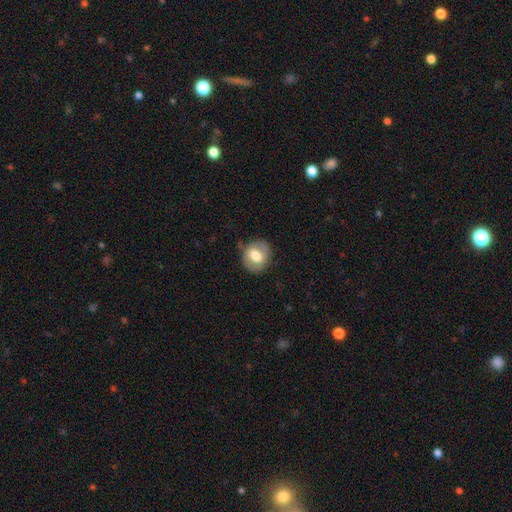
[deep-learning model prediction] Smooth or featured? Predicted: smooth (p=0.56). How rounded? Predicted: round (p=0.65). Merging? Predicted: none (p=0.78).